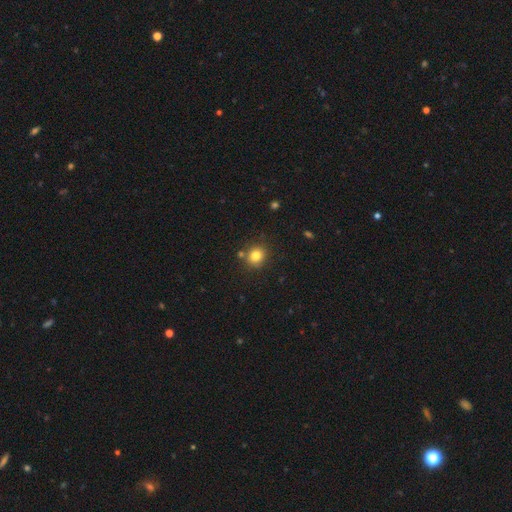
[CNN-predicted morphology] Smooth or featured?
  - smooth: 81% *
  - star or artifact: 12%
  - featured or disk: 7%
How rounded?
  - round: 81% *
  - in between: 18%
  - cigar-shaped: 1%
Merging?
  - none: 79% *
  - minor disturbance: 10%
  - merger: 8%
  - major disturbance: 3%